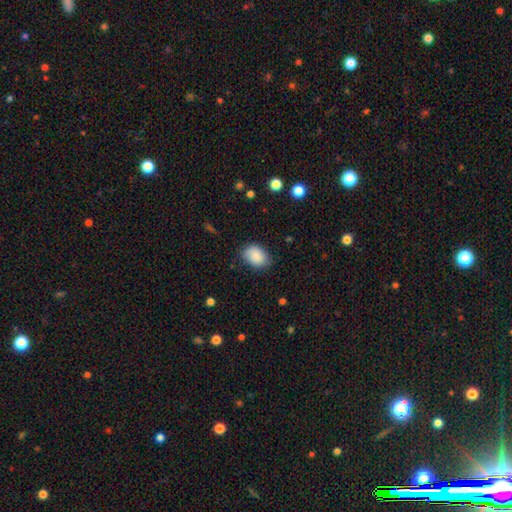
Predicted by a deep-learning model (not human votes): Smooth or featured?
  - smooth: 87% *
  - star or artifact: 7%
  - featured or disk: 6%
How rounded?
  - in between: 72% *
  - round: 27%
  - cigar-shaped: 1%
Merging?
  - none: 75% *
  - minor disturbance: 19%
  - major disturbance: 4%
  - merger: 1%